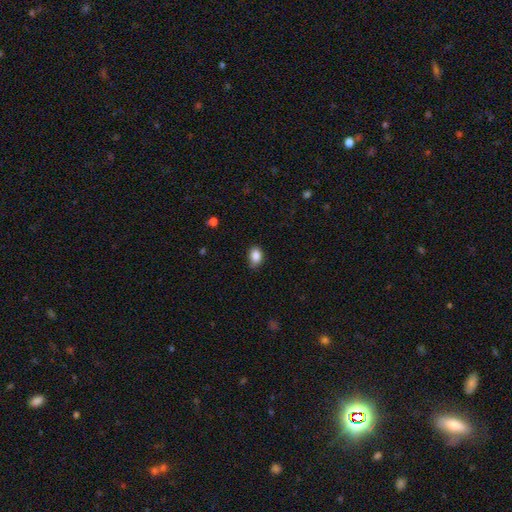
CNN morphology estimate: smooth_or_featured: smooth (p=0.87) [alt: star or artifact p=0.09]
how_rounded: in between (p=0.77) [alt: round p=0.22]
merging: none (p=0.73) [alt: minor disturbance p=0.23]